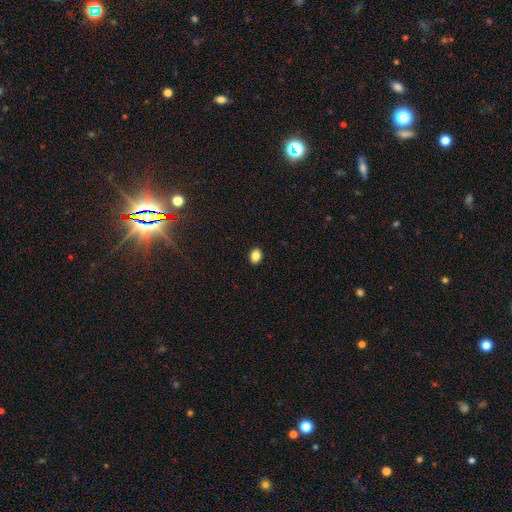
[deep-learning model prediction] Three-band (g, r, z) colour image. It shows a smooth galaxy with no disk features (86%) that is in between round and cigar-shaped (58%). Merging: none (91%).